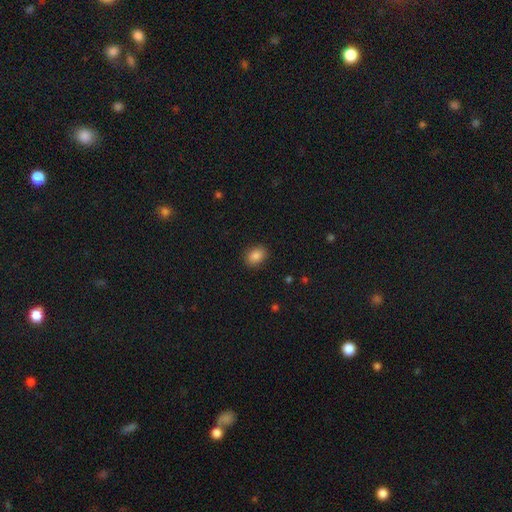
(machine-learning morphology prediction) A smooth galaxy with no disk features (86%) that is in between round and cigar-shaped (65%).

Vote fractions:
- Smooth or featured? smooth: 86% / star or artifact: 9% / featured or disk: 4%
- How rounded? in between: 65% / round: 34% / cigar-shaped: 1%
- Merging? none: 88% / minor disturbance: 8% / major disturbance: 2% / merger: 1%